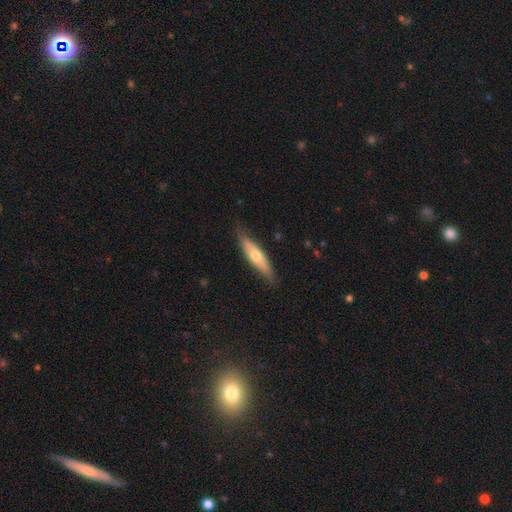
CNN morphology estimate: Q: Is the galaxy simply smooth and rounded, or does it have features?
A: smooth — 55%.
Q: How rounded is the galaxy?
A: cigar-shaped — 70%.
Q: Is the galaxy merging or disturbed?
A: none — 79%.